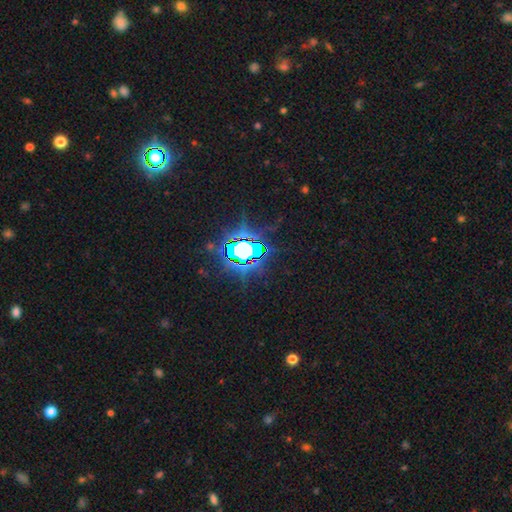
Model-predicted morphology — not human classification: A star or artifact, not a galaxy (83%).

Vote fractions:
- Smooth or featured? star or artifact: 83% / smooth: 9% / featured or disk: 7%